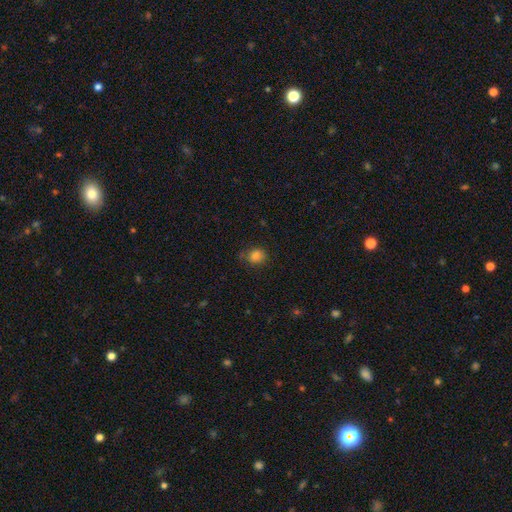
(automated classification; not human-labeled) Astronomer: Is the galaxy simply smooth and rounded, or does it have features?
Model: smooth — 82%.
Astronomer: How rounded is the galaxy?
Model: round — 61% (runner-up: in between, 38%).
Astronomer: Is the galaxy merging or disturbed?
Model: none — 74%.